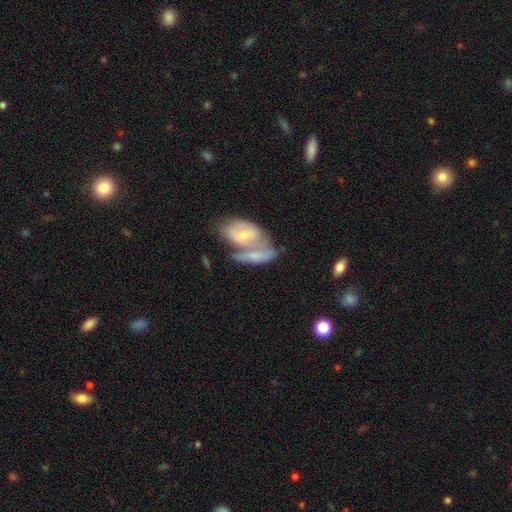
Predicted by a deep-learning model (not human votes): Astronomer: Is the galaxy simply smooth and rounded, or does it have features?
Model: smooth — 48% (runner-up: featured or disk, 46%).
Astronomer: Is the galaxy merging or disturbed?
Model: merger — 62%.